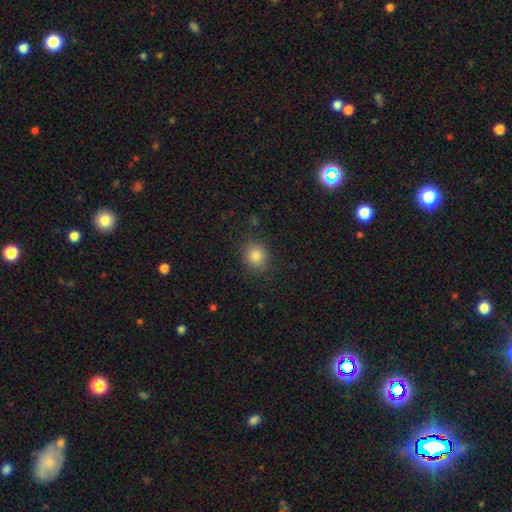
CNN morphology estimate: This appears to be a smooth galaxy with no disk features (83%) that is round (71%). Merging: none (86%).